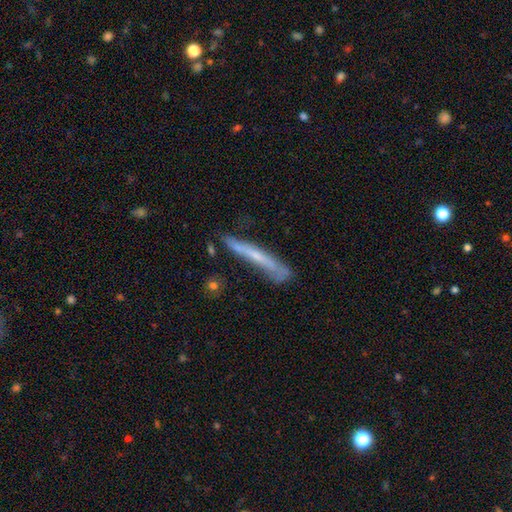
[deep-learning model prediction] smooth_or_featured: featured or disk (p=0.55) [alt: smooth p=0.38]
disk_edge_on: yes (p=0.84) [alt: no p=0.16]
merging: none (p=0.63) [alt: minor disturbance p=0.25]